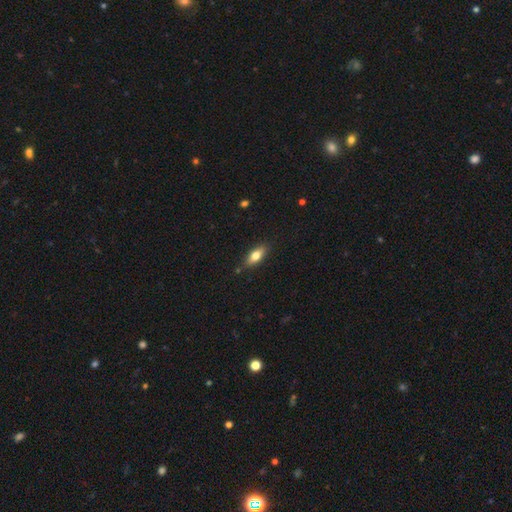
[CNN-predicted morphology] This is likely a smooth galaxy (70%). How rounded: likely in between (73%). Merging: clearly none (84%).